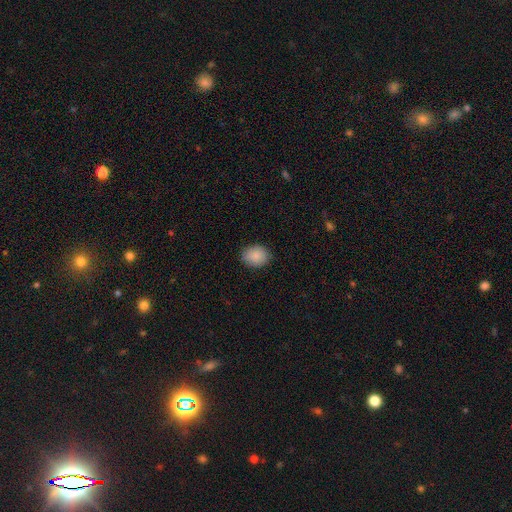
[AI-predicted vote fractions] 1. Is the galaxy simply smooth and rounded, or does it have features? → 88% smooth, 8% star or artifact, 4% featured or disk.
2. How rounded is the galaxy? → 56% round, 43% in between, 1% cigar-shaped.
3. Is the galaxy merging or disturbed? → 86% none, 11% minor disturbance, 3% major disturbance, 1% merger.